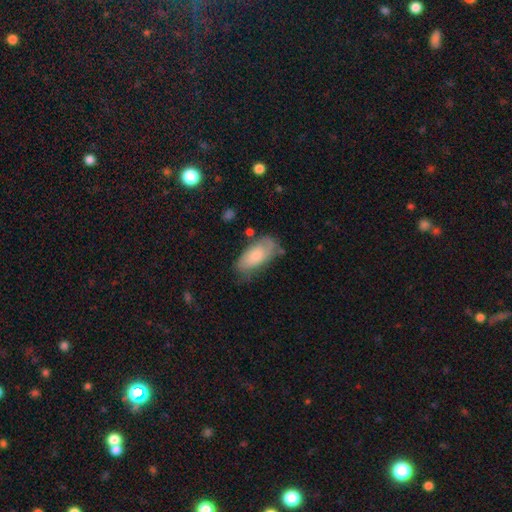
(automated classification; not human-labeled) Morphology: type=smooth (62%); roundness=in between (90%); merging=none (56%).